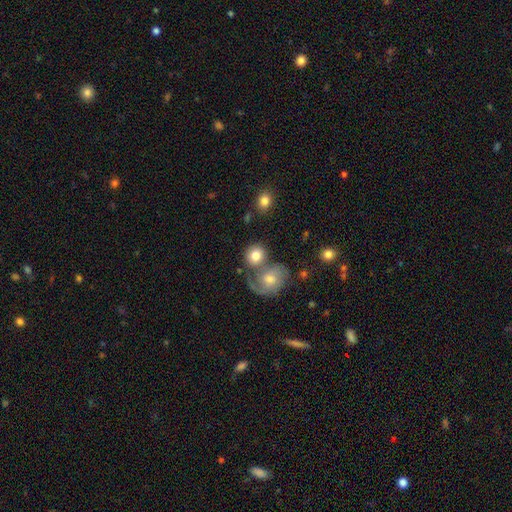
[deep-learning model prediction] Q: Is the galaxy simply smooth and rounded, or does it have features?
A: smooth — 73%.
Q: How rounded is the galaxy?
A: round — 75%.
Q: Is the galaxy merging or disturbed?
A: none — 44%.